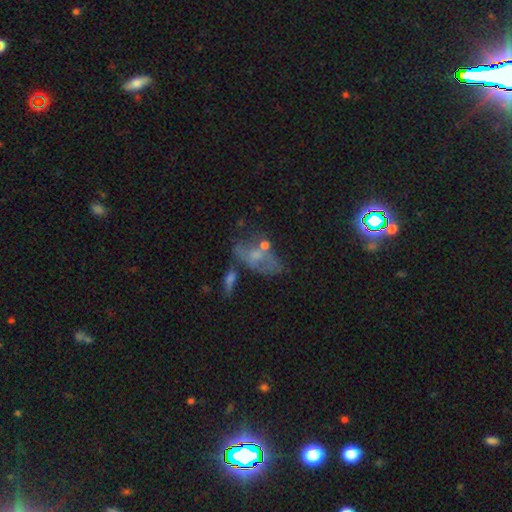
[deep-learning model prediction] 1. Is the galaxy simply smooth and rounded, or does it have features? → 47% featured or disk, 31% smooth, 22% star or artifact.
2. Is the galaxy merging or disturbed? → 35% none, 25% merger, 21% major disturbance, 19% minor disturbance.